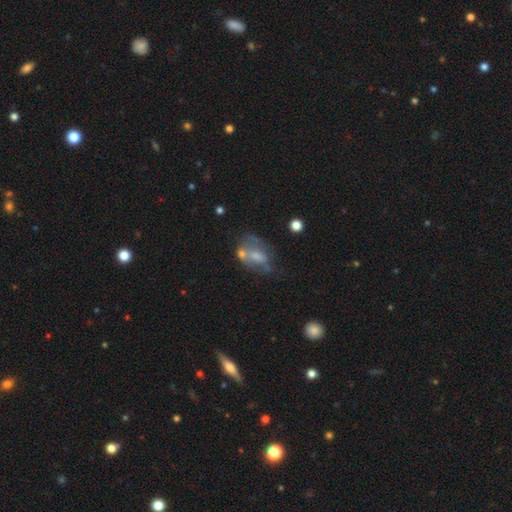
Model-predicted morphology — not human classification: This is possibly a featured or disk galaxy (46%). Merging: marginally none (31%).